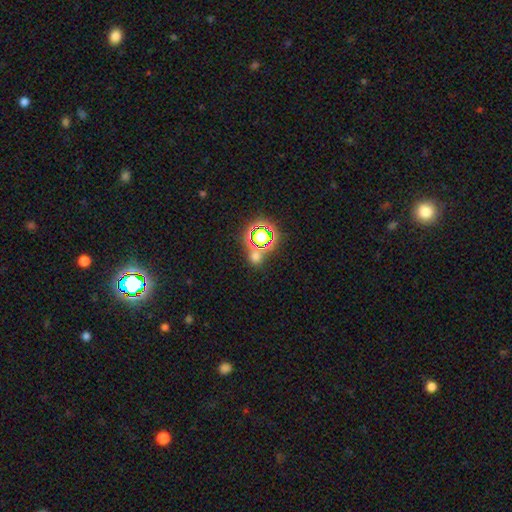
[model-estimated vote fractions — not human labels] smooth 49%, star or artifact 42%, featured or disk 8%. Down the decision tree: merging — none (64%).